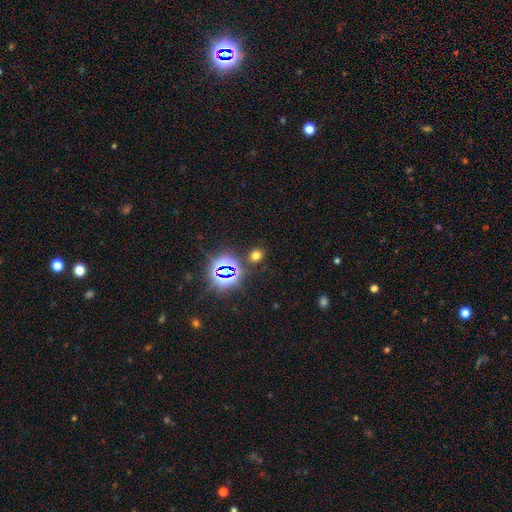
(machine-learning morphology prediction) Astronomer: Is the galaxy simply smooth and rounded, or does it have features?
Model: smooth — 60%.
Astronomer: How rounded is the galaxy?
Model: round — 64%.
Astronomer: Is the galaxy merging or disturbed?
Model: none — 84%.